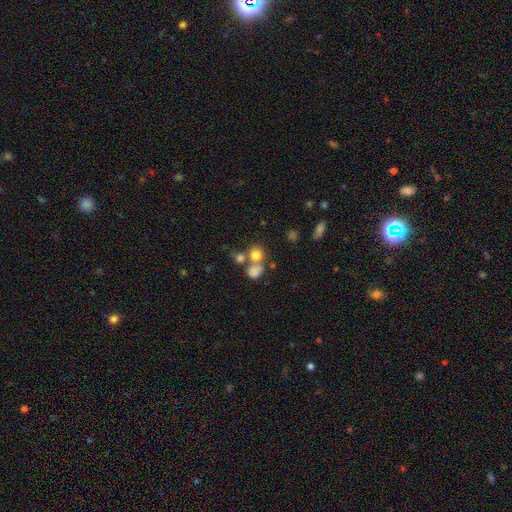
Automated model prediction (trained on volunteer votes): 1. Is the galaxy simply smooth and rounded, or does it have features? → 76% smooth, 14% star or artifact, 10% featured or disk.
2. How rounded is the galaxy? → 82% round, 17% in between, 1% cigar-shaped.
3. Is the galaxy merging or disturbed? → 49% none, 37% merger, 8% minor disturbance, 5% major disturbance.